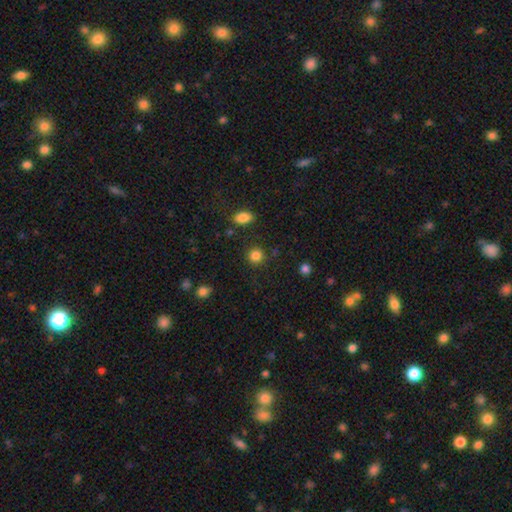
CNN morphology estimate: smooth-or-featured: smooth: 85% | star or artifact: 11% | featured or disk: 4%
  how-rounded: round: 89% | in between: 10% | cigar-shaped: 1%
  merging: none: 87% | minor disturbance: 7% | major disturbance: 3% | merger: 3%